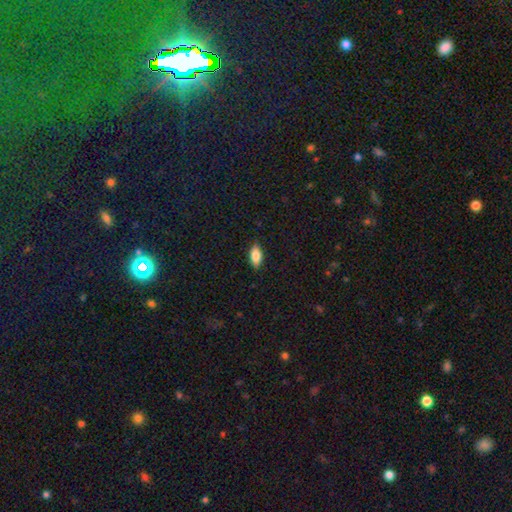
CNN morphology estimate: The model was most divided on "smooth or featured": smooth: 80%, featured or disk: 13%, star or artifact: 7%. More confident: merging — none (87%); how rounded — in between (86%).